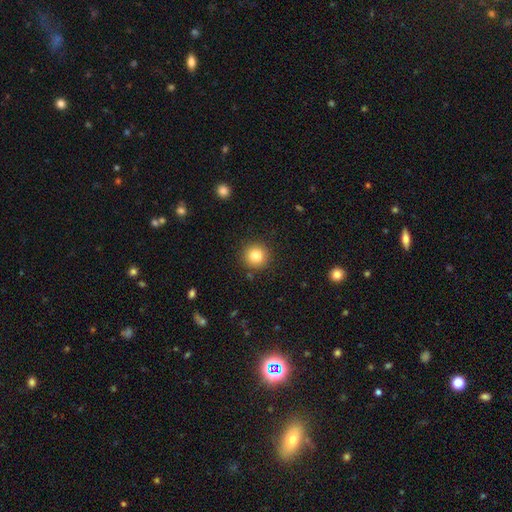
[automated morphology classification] Q: Smooth or featured?
A: smooth (83%); runner-up: star or artifact (11%)
Q: How rounded?
A: round (94%); runner-up: in between (5%)
Q: Merging?
A: none (90%); runner-up: minor disturbance (6%)